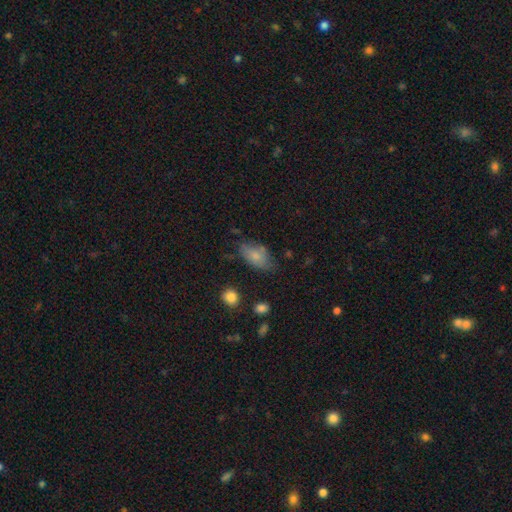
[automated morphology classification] type=smooth (75%); roundness=in between (92%); merging=none (56%).